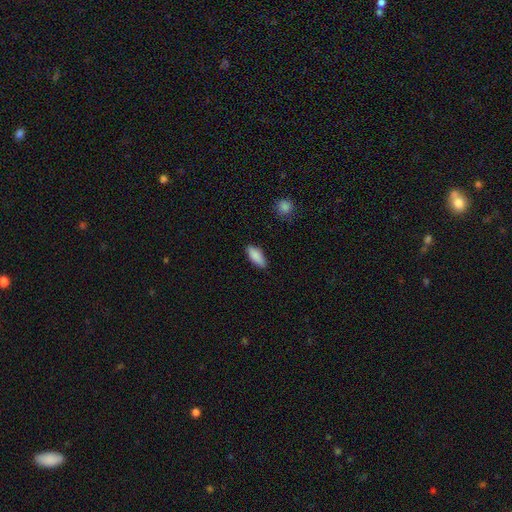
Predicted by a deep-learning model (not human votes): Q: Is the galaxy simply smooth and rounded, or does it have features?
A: smooth — 87%.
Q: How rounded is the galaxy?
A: in between — 77%.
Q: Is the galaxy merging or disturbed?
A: none — 82%.